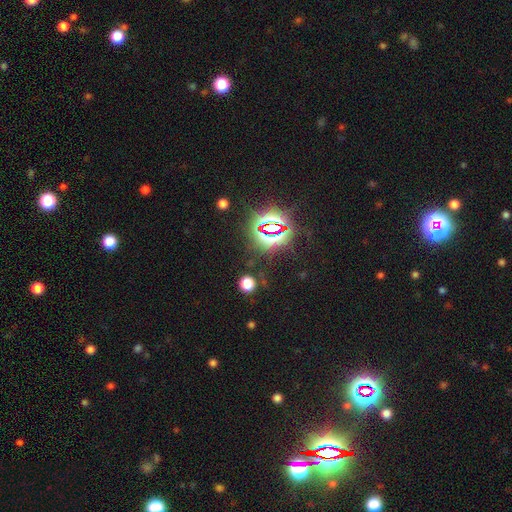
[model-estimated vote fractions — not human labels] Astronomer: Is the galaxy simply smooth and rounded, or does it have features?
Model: star or artifact — 80%.